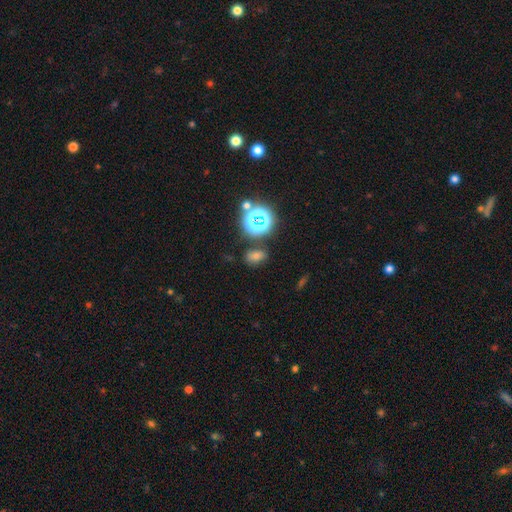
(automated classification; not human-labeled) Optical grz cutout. It shows a smooth galaxy with no disk features (54%) that is in between round and cigar-shaped (66%). Merging: none (79%).